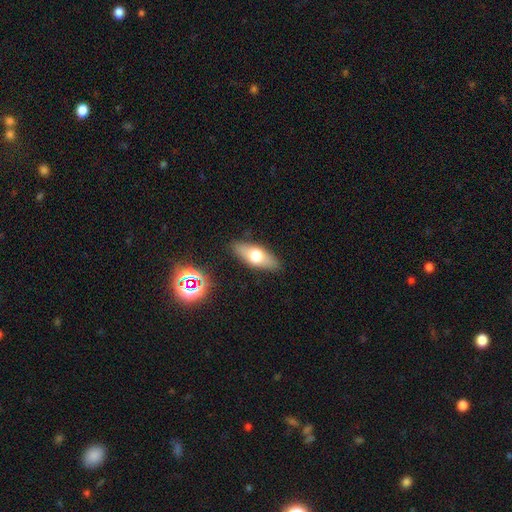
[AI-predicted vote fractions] Morphology: type=smooth (61%); roundness=in between (72%); merging=none (87%).